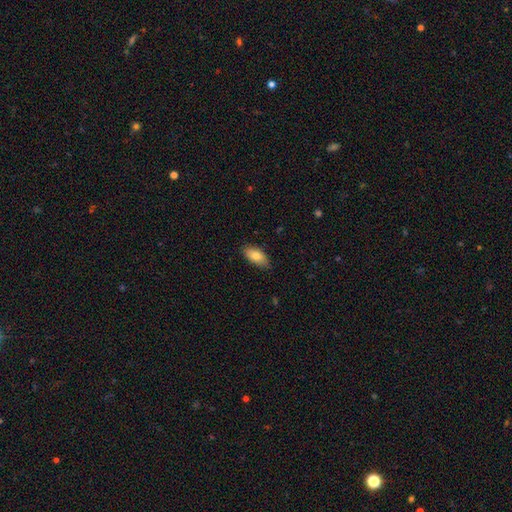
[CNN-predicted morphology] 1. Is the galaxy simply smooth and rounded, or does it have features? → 79% smooth, 14% featured or disk, 7% star or artifact.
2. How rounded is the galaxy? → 89% in between, 8% cigar-shaped, 3% round.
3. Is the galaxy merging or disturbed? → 85% none, 12% minor disturbance, 2% major disturbance, 1% merger.